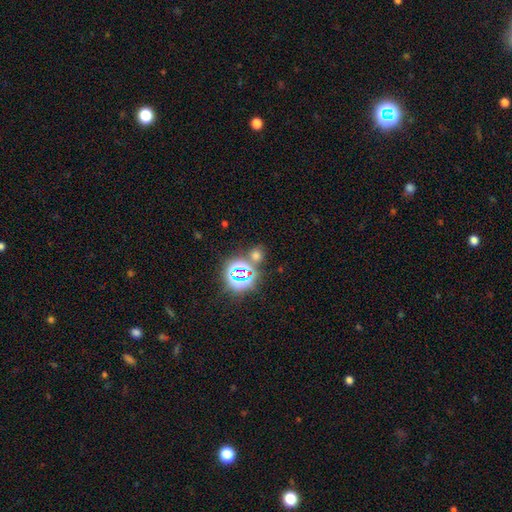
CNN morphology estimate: This appears to be a smooth galaxy with no disk features (49%). Merging: none (72%).